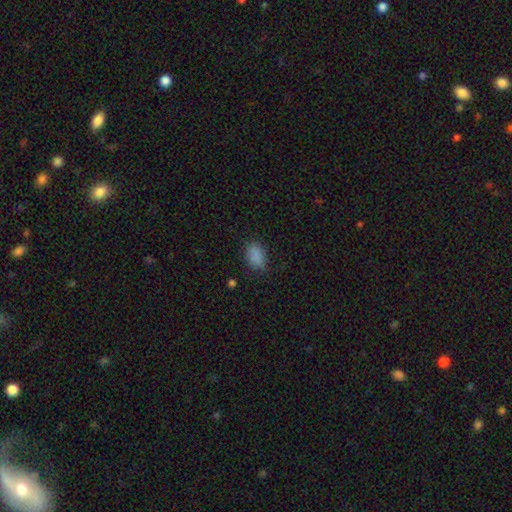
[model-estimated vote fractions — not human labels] Morphology: type=smooth (85%); roundness=in between (83%); merging=none (78%).